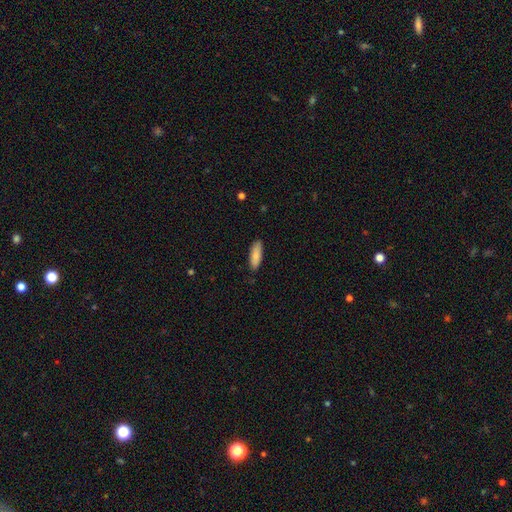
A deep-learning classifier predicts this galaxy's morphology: This appears to be a smooth galaxy with no disk features (86%) that is in between round and cigar-shaped (59%). Merging: none (86%).